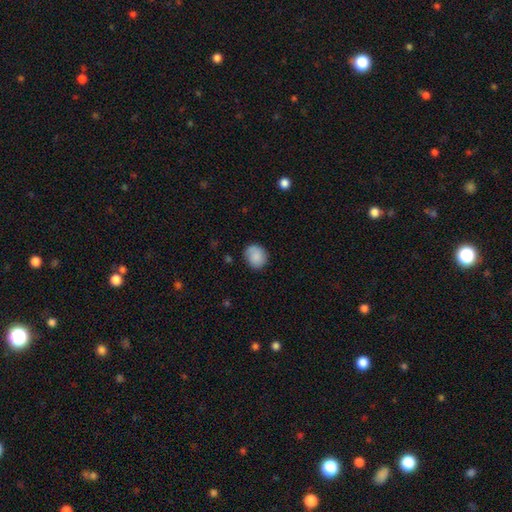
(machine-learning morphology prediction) smooth_or_featured: smooth (p=0.85) [alt: featured or disk p=0.08]
how_rounded: round (p=0.78) [alt: in between p=0.21]
merging: none (p=0.79) [alt: minor disturbance p=0.16]